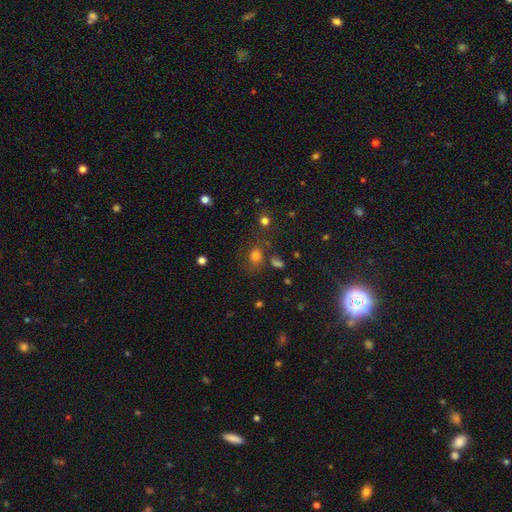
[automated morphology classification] type=smooth (71%); roundness=round (56%); merging=none (60%).